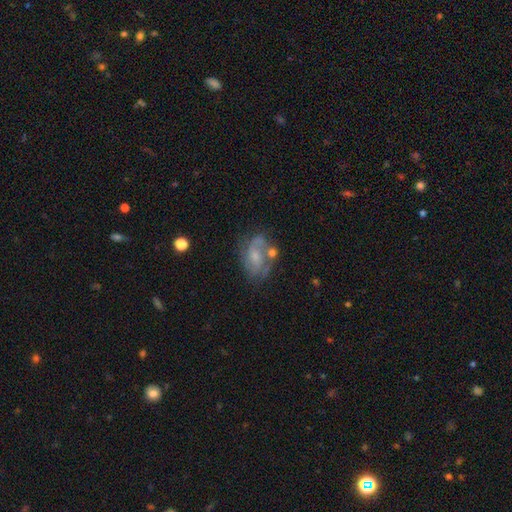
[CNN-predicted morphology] A featured or disk galaxy (66%) with no bar (59%), 2 (57%) medium (46%) spiral arms (80%) and a small central bulge (53%).

Vote fractions:
- Smooth or featured? featured or disk: 66% / smooth: 24% / star or artifact: 9%
- Edge-on disk? no: 97% / yes: 3%
- Bar? no: 59% / weak: 35% / strong: 6%
- Spiral arms? yes: 80% / no: 20%
- Spiral winding? medium: 46% / tight: 27% / loose: 27%
- Spiral arm count? 2: 57% / can't tell: 24% / 1: 8% / 3: 7% / 4: 2% / more than 4: 2%
- Bulge size? small: 53% / moderate: 32% / none: 11% / large: 3% / dominant: 1%
- Merging? none: 51% / minor disturbance: 22% / major disturbance: 15% / merger: 12%